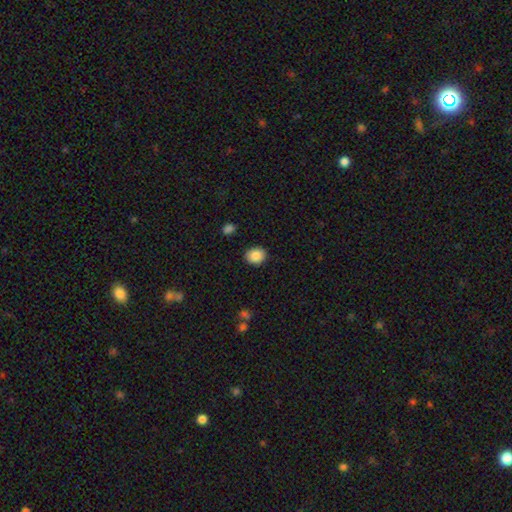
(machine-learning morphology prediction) Smooth or featured?
  - smooth: 87% *
  - star or artifact: 8%
  - featured or disk: 5%
How rounded?
  - round: 64% *
  - in between: 35%
  - cigar-shaped: 1%
Merging?
  - none: 88% *
  - minor disturbance: 9%
  - major disturbance: 2%
  - merger: 1%